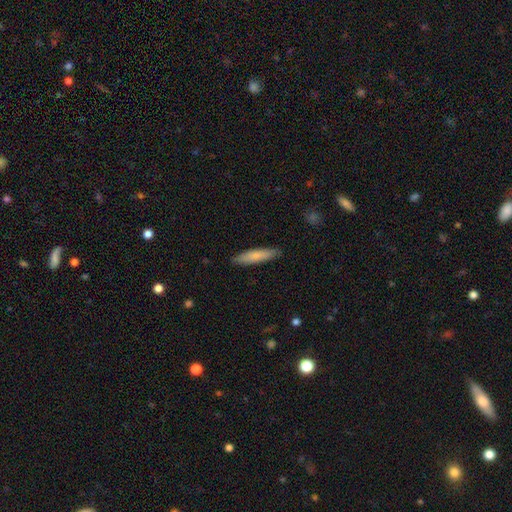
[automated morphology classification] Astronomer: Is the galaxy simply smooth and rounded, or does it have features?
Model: smooth — 78%.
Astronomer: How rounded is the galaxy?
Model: cigar-shaped — 84%.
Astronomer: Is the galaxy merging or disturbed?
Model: none — 89%.